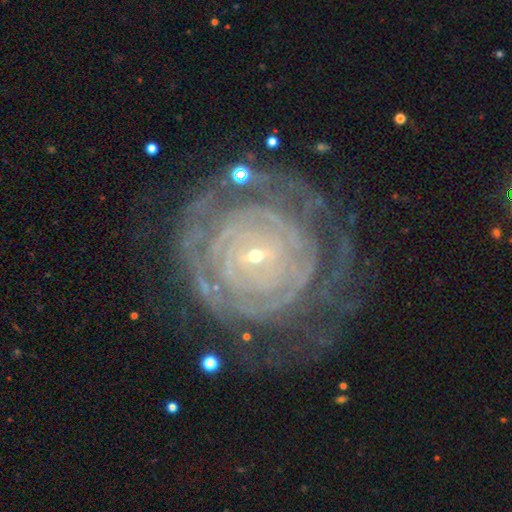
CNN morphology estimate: A featured or disk galaxy (84%) with no bar (61%), tight (87%) spiral arms (91%) and a small central bulge (87%).

Vote fractions:
- Smooth or featured? featured or disk: 84% / smooth: 9% / star or artifact: 7%
- Edge-on disk? no: 97% / yes: 3%
- Bar? no: 61% / weak: 26% / strong: 13%
- Spiral arms? yes: 91% / no: 9%
- Spiral winding? tight: 87% / medium: 10% / loose: 3%
- Spiral arm count? can't tell: 44% / 4: 13% / more than 4: 13% / 2: 13% / 3: 10% / 1: 6%
- Bulge size? small: 87% / moderate: 9% / none: 2% / large: 1% / dominant: 1%
- Merging? none: 67% / minor disturbance: 17% / major disturbance: 13% / merger: 2%